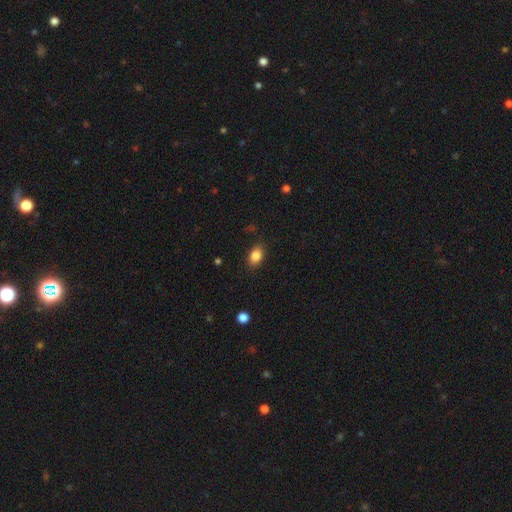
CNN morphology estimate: This appears to be a smooth galaxy with no disk features (85%) that is in between round and cigar-shaped (82%). Merging: none (85%).